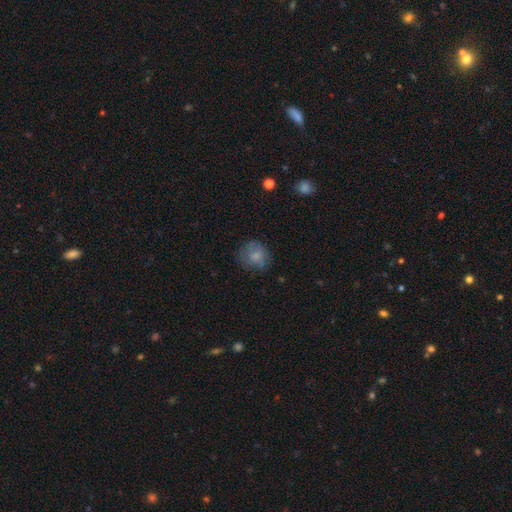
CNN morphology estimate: A smooth galaxy with no disk features (70%) that is round (77%).

Vote fractions:
- Smooth or featured? smooth: 70% / featured or disk: 20% / star or artifact: 10%
- How rounded? round: 77% / in between: 22% / cigar-shaped: 1%
- Merging? none: 64% / minor disturbance: 22% / major disturbance: 12% / merger: 2%